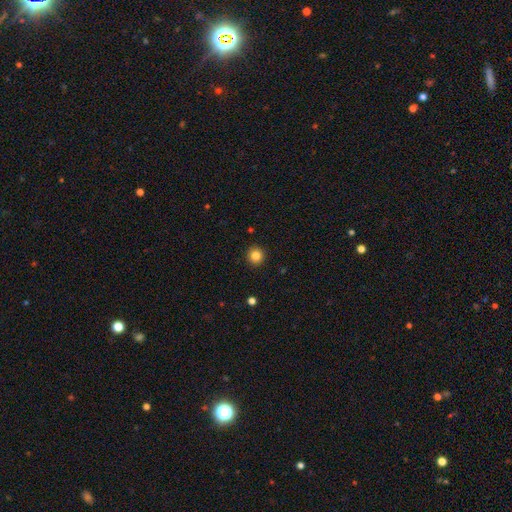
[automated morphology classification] Smooth or featured? smooth (84%)
How rounded? round (95%)
Merging? none (92%)